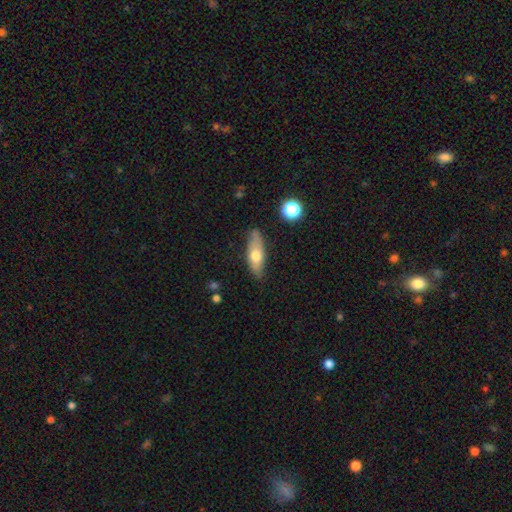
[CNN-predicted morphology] A smooth galaxy with no disk features (59%) that is in between round and cigar-shaped (56%). Merging: none (78%).